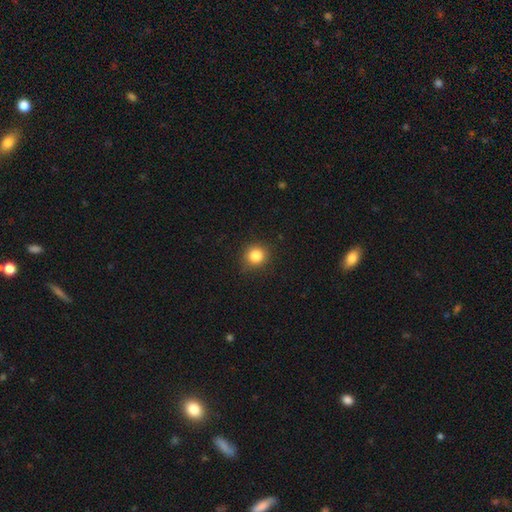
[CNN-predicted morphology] Smooth or featured?
  - smooth: 84% *
  - star or artifact: 11%
  - featured or disk: 5%
How rounded?
  - round: 89% *
  - in between: 10%
  - cigar-shaped: 1%
Merging?
  - none: 86% *
  - minor disturbance: 11%
  - major disturbance: 2%
  - merger: 1%